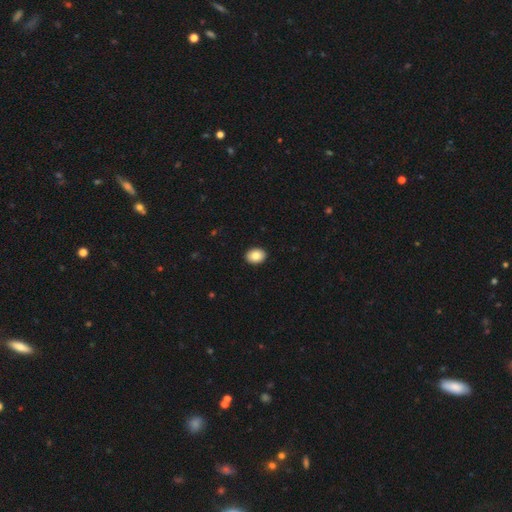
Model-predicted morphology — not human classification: type=smooth (85%); roundness=in between (63%); merging=none (92%).